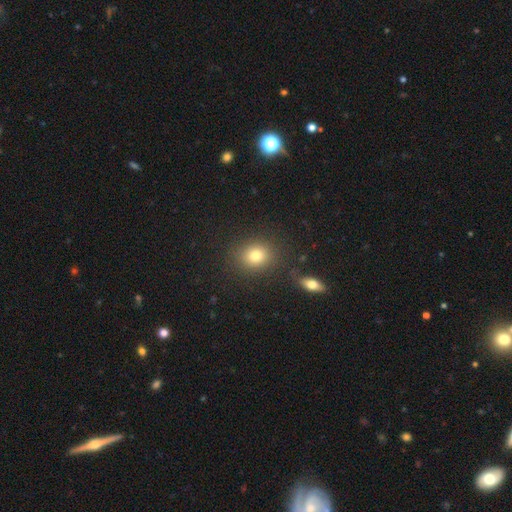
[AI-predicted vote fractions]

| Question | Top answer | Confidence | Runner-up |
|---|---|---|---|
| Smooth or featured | smooth | 80% | star or artifact (12%) |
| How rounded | round | 69% | in between (30%) |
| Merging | none | 84% | minor disturbance (9%) |